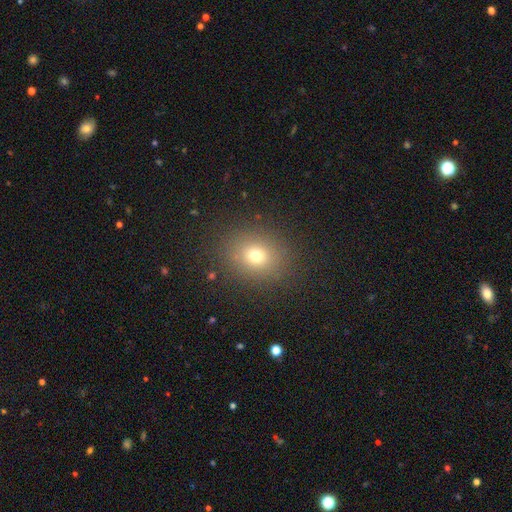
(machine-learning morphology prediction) Smooth or featured? smooth (72%)
How rounded? round (67%)
Merging? none (87%)